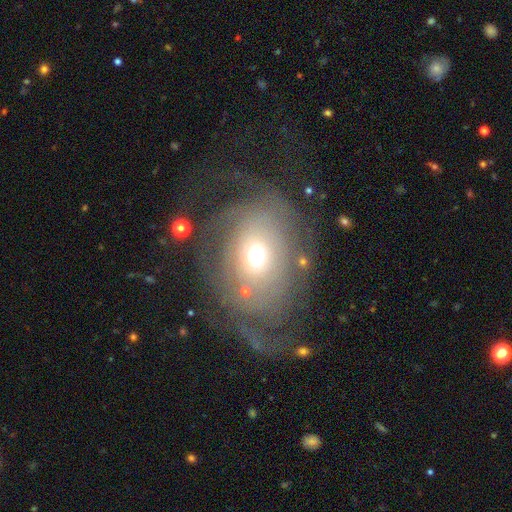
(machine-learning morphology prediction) type=featured or disk (60%); edge-on=no (95%); bar=no (81%); spiral arms=yes (63%); bulge=moderate (59%); merging=none (43%).